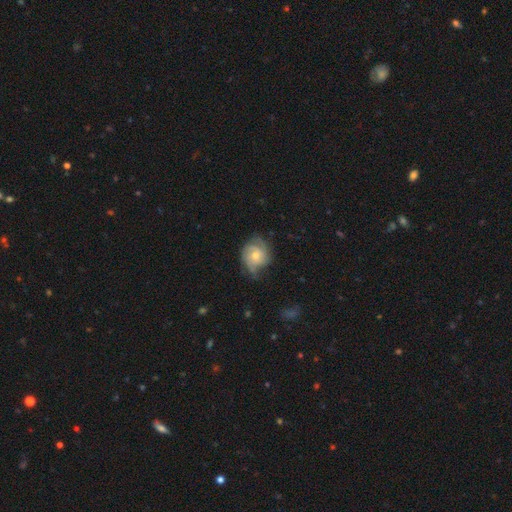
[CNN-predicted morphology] Smooth or featured: featured or disk — 66% (smooth — 27%)
Edge-on disk: no — 98% (yes — 2%)
Bar: no — 77% (weak — 20%)
Spiral arms: yes — 91% (no — 9%)
Spiral winding: tight — 49% (medium — 37%)
Spiral arm count: 2 — 34% (3 — 27%)
Bulge size: moderate — 49% (small — 46%)
Merging: none — 58% (minor disturbance — 29%)